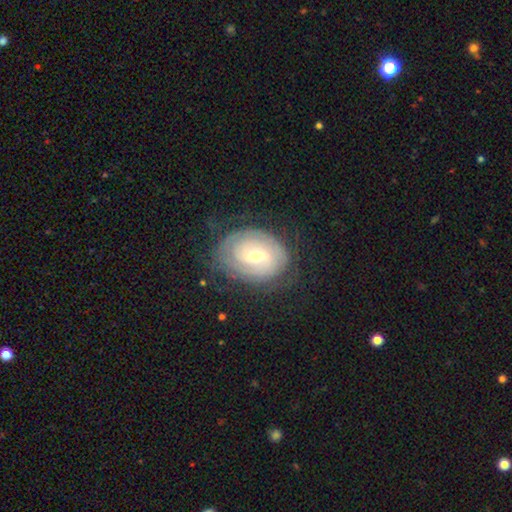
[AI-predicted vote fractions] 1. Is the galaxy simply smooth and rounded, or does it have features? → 76% featured or disk, 18% smooth, 6% star or artifact.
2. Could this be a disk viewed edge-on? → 96% no, 4% yes.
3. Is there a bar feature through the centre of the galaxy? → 53% weak, 28% no, 19% strong.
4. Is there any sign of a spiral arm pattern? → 88% yes, 12% no.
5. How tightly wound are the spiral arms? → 75% tight, 19% medium, 7% loose.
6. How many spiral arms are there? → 43% can't tell, 36% 2, 9% 3, 5% 1, 4% 4, 3% more than 4.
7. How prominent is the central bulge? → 63% moderate, 31% small, 4% large, 1% none, 1% dominant.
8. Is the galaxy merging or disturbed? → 72% none, 18% minor disturbance, 8% major disturbance, 1% merger.